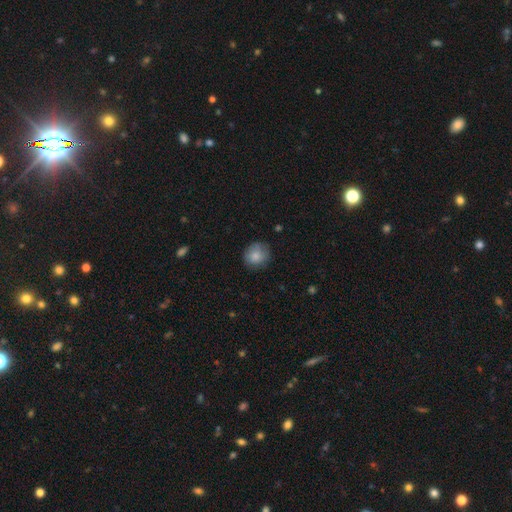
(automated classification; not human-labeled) Smooth or featured?
  - smooth: 83% *
  - featured or disk: 9%
  - star or artifact: 8%
How rounded?
  - round: 82% *
  - in between: 17%
  - cigar-shaped: 1%
Merging?
  - none: 76% *
  - minor disturbance: 18%
  - major disturbance: 4%
  - merger: 1%